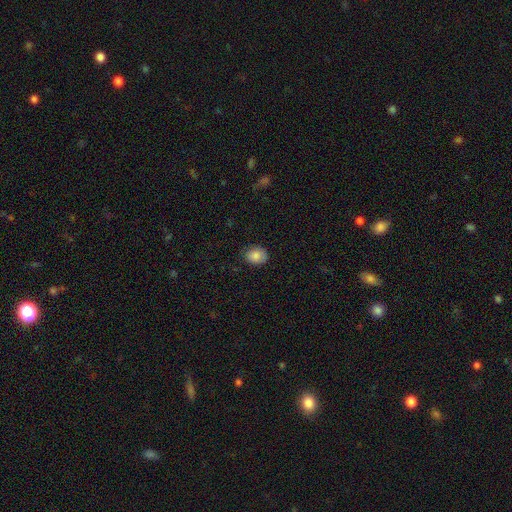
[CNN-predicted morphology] smooth-or-featured: smooth: 86% | star or artifact: 8% | featured or disk: 6%
  how-rounded: in between: 55% | round: 44% | cigar-shaped: 1%
  merging: none: 82% | minor disturbance: 15% | major disturbance: 3% | merger: 1%